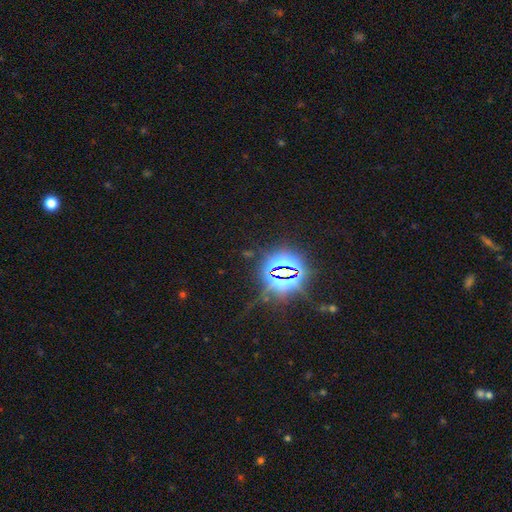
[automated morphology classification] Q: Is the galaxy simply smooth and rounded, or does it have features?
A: star or artifact — 84%.